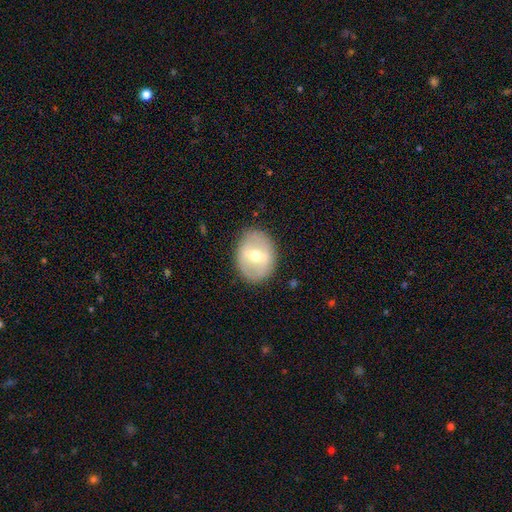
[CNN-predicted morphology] Smooth or featured? Predicted: featured or disk (p=0.56). Edge-on disk? Predicted: no (p=0.91). Bar? Predicted: strong (p=0.47). Spiral arms? Predicted: no (p=0.75). Bulge size? Predicted: moderate (p=0.69). Merging? Predicted: none (p=0.84).